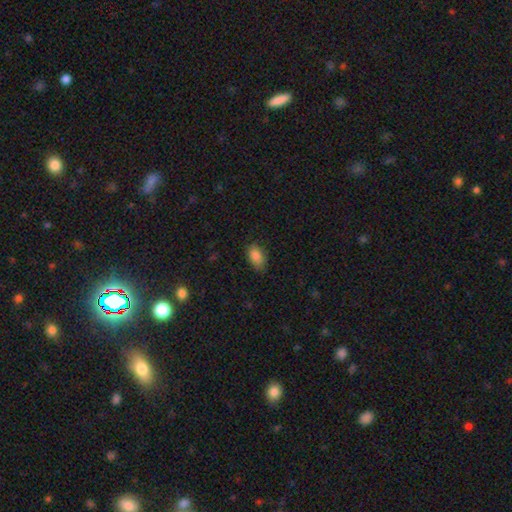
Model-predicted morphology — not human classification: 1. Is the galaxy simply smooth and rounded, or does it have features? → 87% smooth, 8% star or artifact, 5% featured or disk.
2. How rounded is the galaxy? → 90% in between, 7% round, 2% cigar-shaped.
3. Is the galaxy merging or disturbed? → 77% none, 19% minor disturbance, 3% major disturbance, 1% merger.